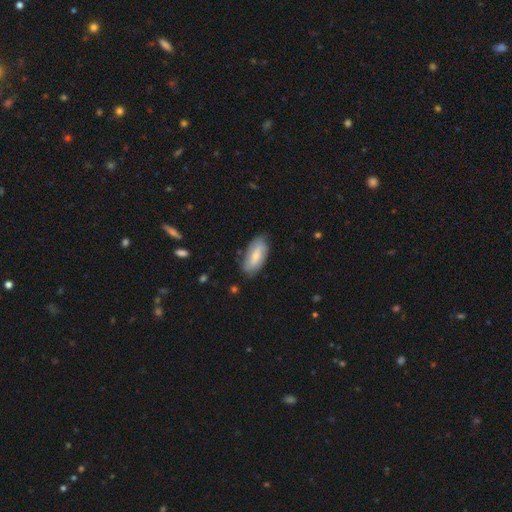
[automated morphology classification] A smooth galaxy with no disk features (66%) that is in between round and cigar-shaped (88%).

Vote fractions:
- Smooth or featured? smooth: 66% / featured or disk: 28% / star or artifact: 6%
- How rounded? in between: 88% / cigar-shaped: 10% / round: 2%
- Merging? none: 78% / minor disturbance: 17% / major disturbance: 4% / merger: 2%